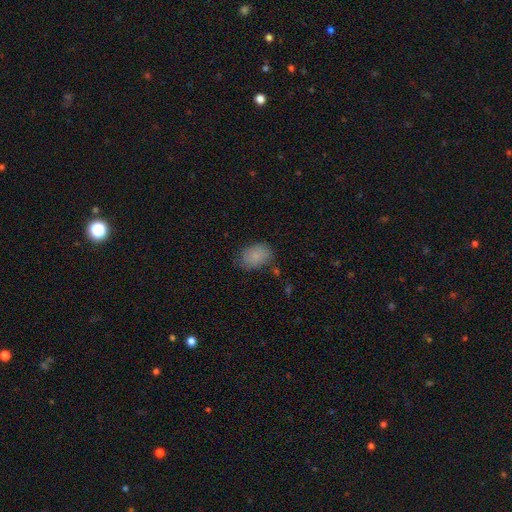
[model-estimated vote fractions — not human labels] Smooth or featured? Predicted: smooth (p=0.83). How rounded? Predicted: in between (p=0.79). Merging? Predicted: none (p=0.71).